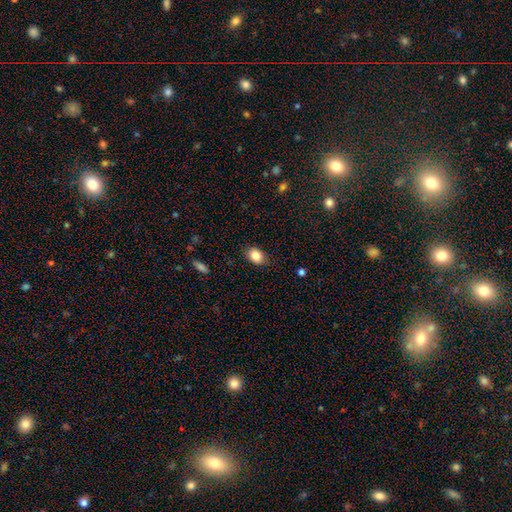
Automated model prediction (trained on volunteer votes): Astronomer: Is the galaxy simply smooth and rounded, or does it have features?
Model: smooth — 86%.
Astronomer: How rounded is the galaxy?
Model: in between — 73%.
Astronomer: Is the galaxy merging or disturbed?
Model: none — 83%.